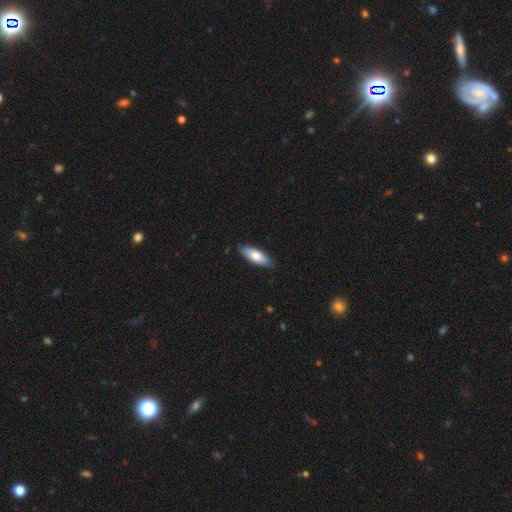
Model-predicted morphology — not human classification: Smooth or featured?
  - smooth: 72% *
  - featured or disk: 23%
  - star or artifact: 5%
How rounded?
  - in between: 67% *
  - cigar-shaped: 31%
  - round: 2%
Merging?
  - none: 86% *
  - minor disturbance: 12%
  - major disturbance: 2%
  - merger: 1%